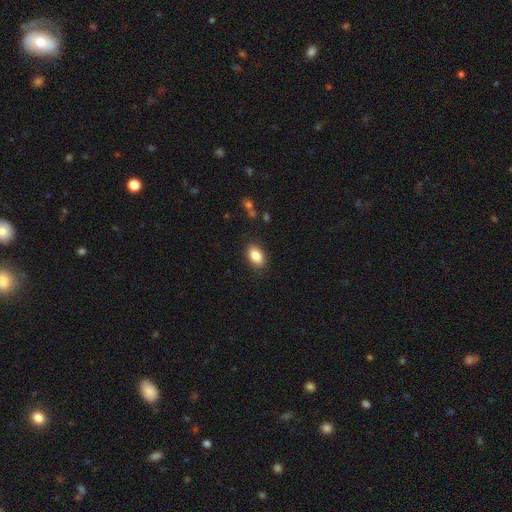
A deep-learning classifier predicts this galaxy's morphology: A smooth galaxy with no disk features (86%) that is in between round and cigar-shaped (89%).

Vote fractions:
- Smooth or featured? smooth: 86% / star or artifact: 8% / featured or disk: 6%
- How rounded? in between: 89% / round: 9% / cigar-shaped: 2%
- Merging? none: 87% / minor disturbance: 9% / major disturbance: 2% / merger: 1%